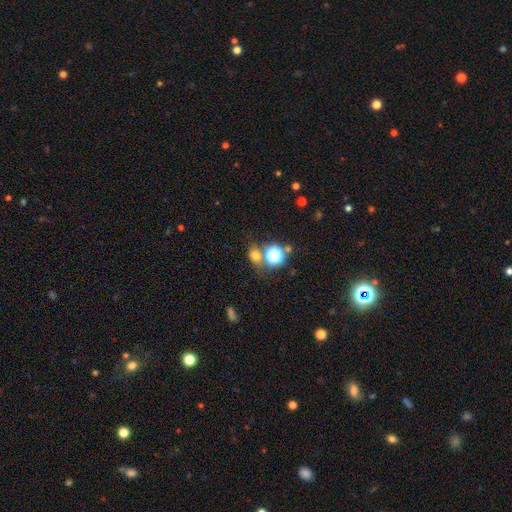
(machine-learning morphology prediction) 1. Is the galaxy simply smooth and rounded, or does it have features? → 67% smooth, 26% star or artifact, 8% featured or disk.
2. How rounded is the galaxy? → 65% round, 34% in between, 2% cigar-shaped.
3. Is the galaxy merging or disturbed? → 62% none, 22% merger, 11% minor disturbance, 5% major disturbance.